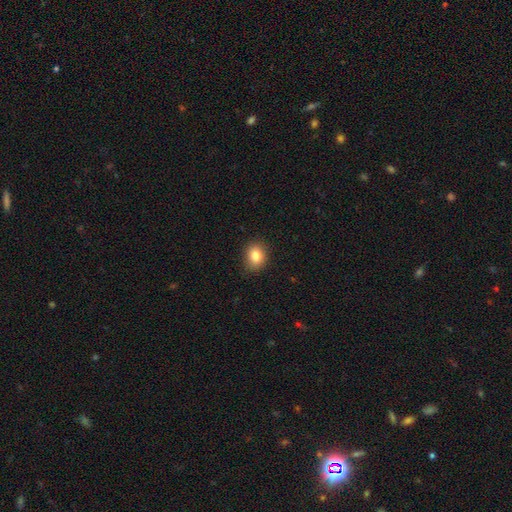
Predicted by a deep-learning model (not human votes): smooth 84%, star or artifact 10%, featured or disk 6%. Down the decision tree: how rounded — in between (50%); merging — none (86%).